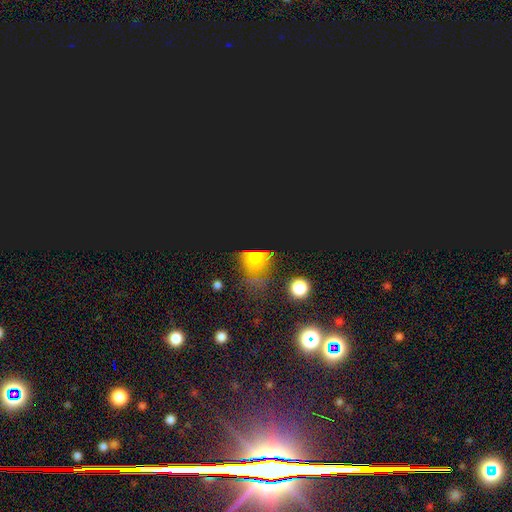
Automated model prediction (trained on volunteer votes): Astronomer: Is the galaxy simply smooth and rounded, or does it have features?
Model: star or artifact — 50% (runner-up: smooth, 35%).